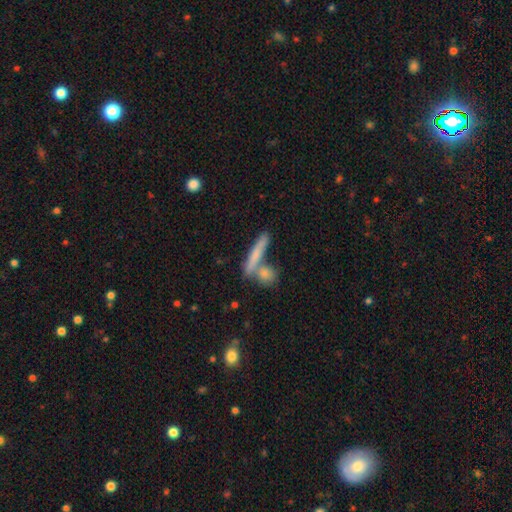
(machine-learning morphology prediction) This is likely a smooth galaxy (63%). How rounded: clearly cigar-shaped (87%). Merging: likely none (62%).